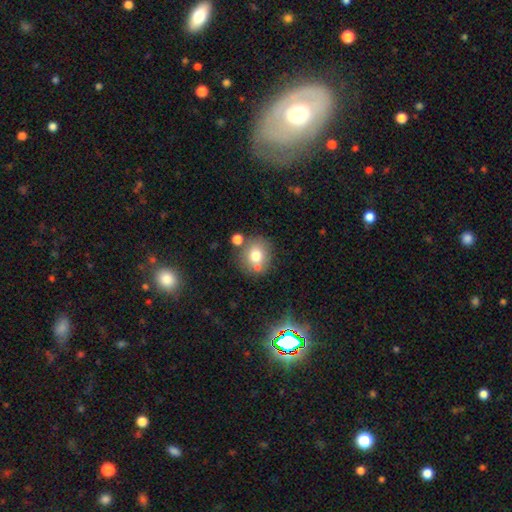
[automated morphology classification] A smooth galaxy with no disk features (73%) that is round (79%).

Vote fractions:
- Smooth or featured? smooth: 73% / featured or disk: 15% / star or artifact: 12%
- How rounded? round: 79% / in between: 20% / cigar-shaped: 1%
- Merging? none: 67% / merger: 15% / minor disturbance: 13% / major disturbance: 4%